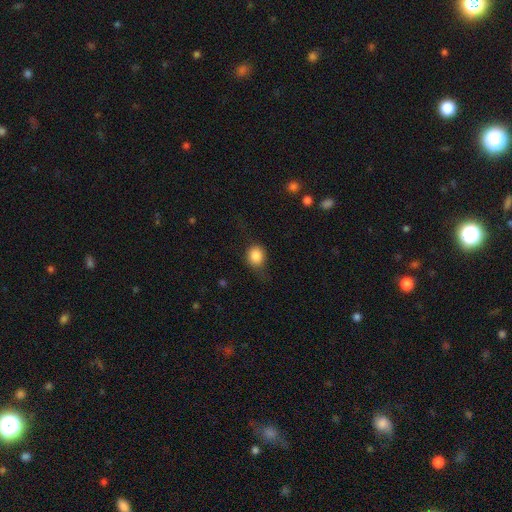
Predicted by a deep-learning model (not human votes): Q: Smooth or featured?
A: smooth (83%); runner-up: star or artifact (9%)
Q: How rounded?
A: round (71%); runner-up: in between (28%)
Q: Merging?
A: none (60%); runner-up: minor disturbance (27%)